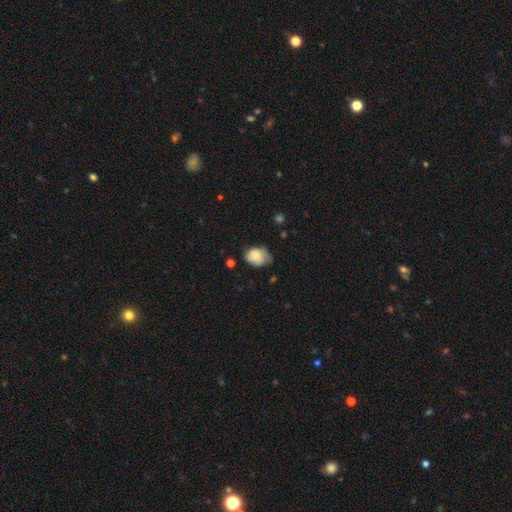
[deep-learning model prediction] Smooth or featured?
  - smooth: 70% *
  - featured or disk: 22%
  - star or artifact: 8%
How rounded?
  - in between: 73% *
  - round: 26%
  - cigar-shaped: 1%
Merging?
  - none: 42% *
  - minor disturbance: 41%
  - major disturbance: 15%
  - merger: 3%